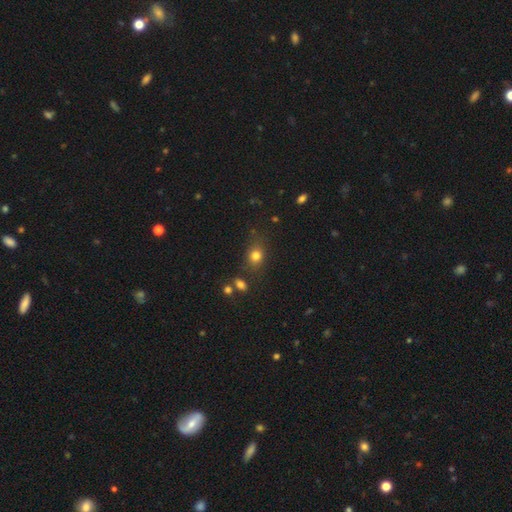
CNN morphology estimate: smooth 79%, star or artifact 13%, featured or disk 8%. Down the decision tree: how rounded — round (57%); merging — none (73%).